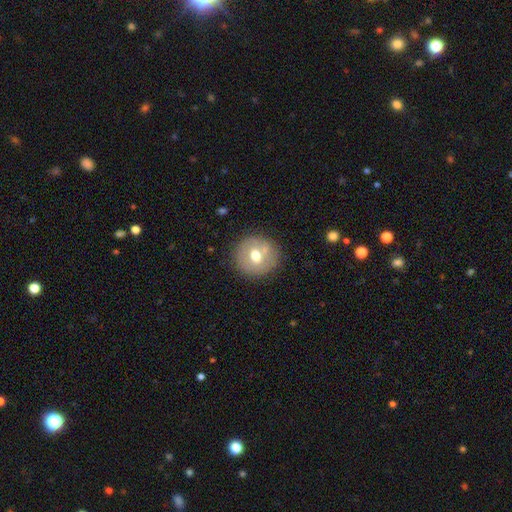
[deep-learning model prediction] smooth_or_featured: smooth (p=0.61) [alt: featured or disk p=0.30]
how_rounded: round (p=0.91) [alt: in between p=0.08]
merging: none (p=0.79) [alt: minor disturbance p=0.13]